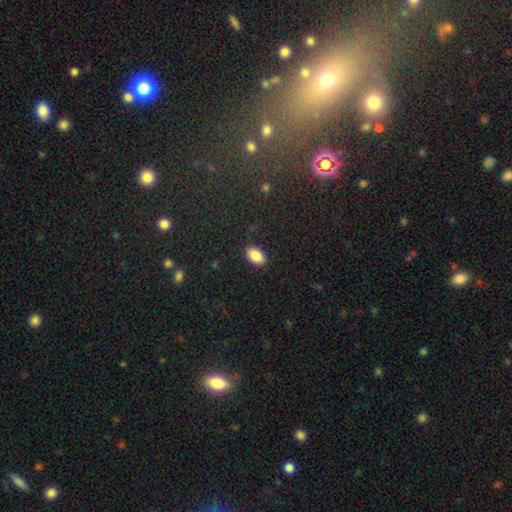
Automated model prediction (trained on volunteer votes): A smooth galaxy with no disk features (86%) that is in between round and cigar-shaped (91%).

Vote fractions:
- Smooth or featured? smooth: 86% / star or artifact: 8% / featured or disk: 6%
- How rounded? in between: 91% / round: 7% / cigar-shaped: 1%
- Merging? none: 89% / minor disturbance: 8% / major disturbance: 2% / merger: 1%